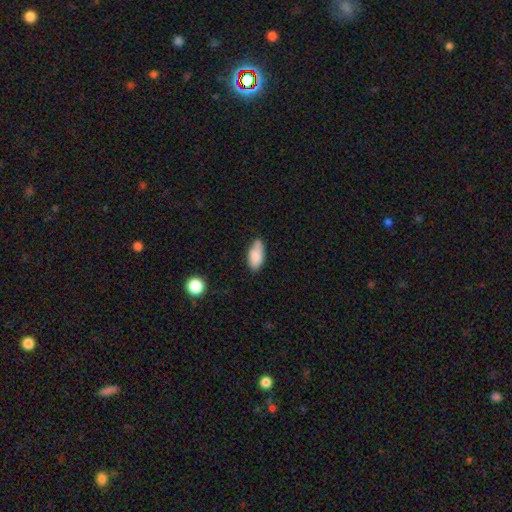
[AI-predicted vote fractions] Overall: smooth (82%). How rounded: in between (91%). Merging: none (62%; minor disturbance 31%).